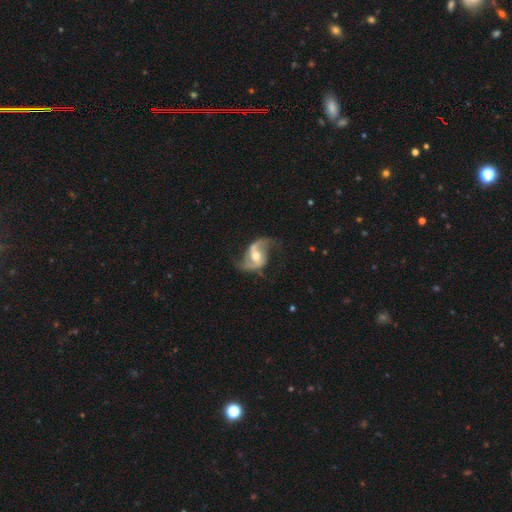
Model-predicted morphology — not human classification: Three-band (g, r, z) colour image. It shows a featured or disk galaxy (88%) with a weak bar (45%), 2 (92%) loose (69%) spiral arms (96%) and a moderate central bulge (67%). Merging: none (68%).